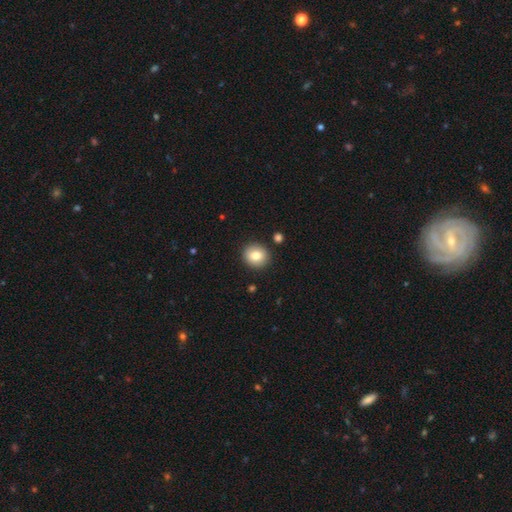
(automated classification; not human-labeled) This appears to be a smooth galaxy with no disk features (81%) that is round (88%). Merging: none (90%).